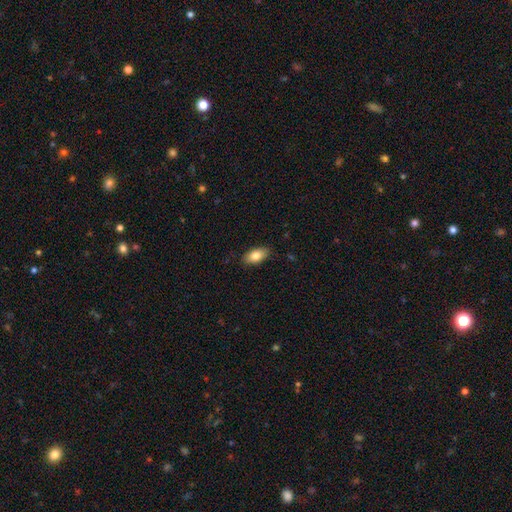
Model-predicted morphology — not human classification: This is clearly a smooth galaxy (81%). How rounded: clearly in between (90%). Merging: clearly none (86%).